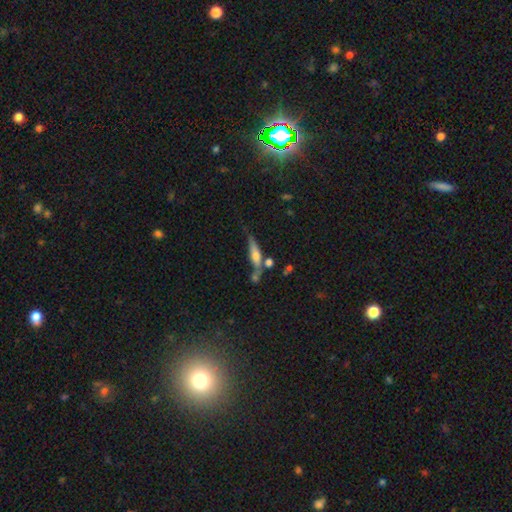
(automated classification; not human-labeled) A smooth galaxy with no disk features (46%). Merging: none (53%).